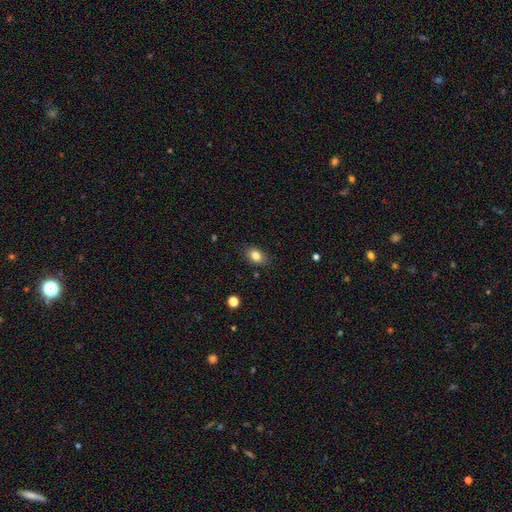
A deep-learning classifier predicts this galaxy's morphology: A smooth galaxy with no disk features (83%) that is in between round and cigar-shaped (78%). Merging: none (85%).